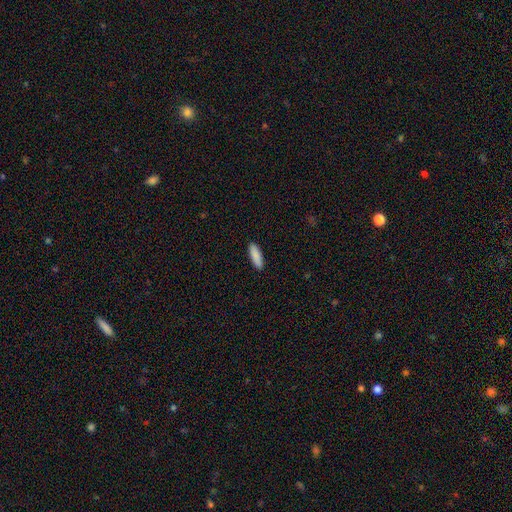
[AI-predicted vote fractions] Smooth or featured?
  - smooth: 89% *
  - star or artifact: 6%
  - featured or disk: 5%
How rounded?
  - cigar-shaped: 55% *
  - in between: 43%
  - round: 2%
Merging?
  - none: 91% *
  - minor disturbance: 6%
  - major disturbance: 1%
  - merger: 1%